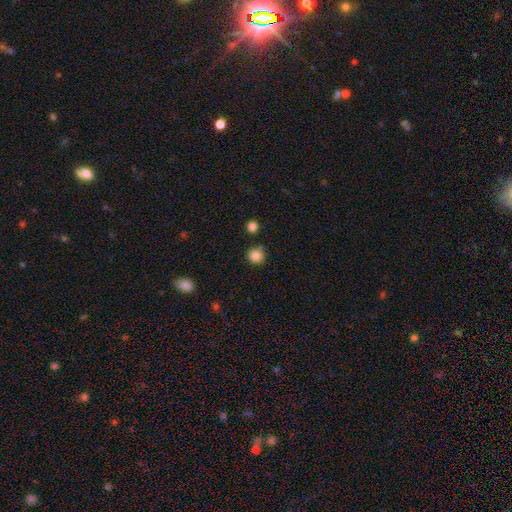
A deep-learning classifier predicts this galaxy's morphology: This appears to be a smooth galaxy with no disk features (84%) that is round (90%). Merging: none (83%).